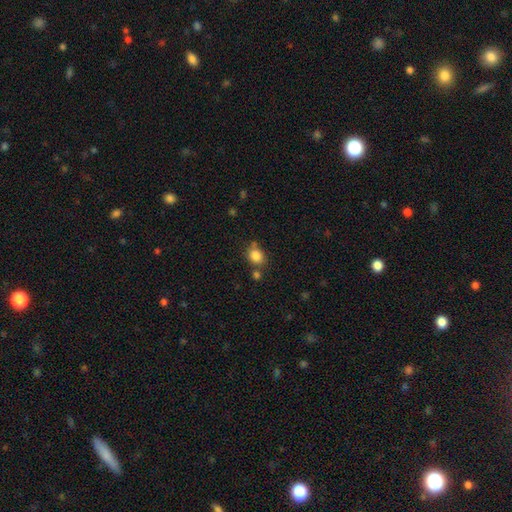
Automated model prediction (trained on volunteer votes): Overall: smooth (84%). How rounded: round (57%; in between 42%). Merging: none (64%).